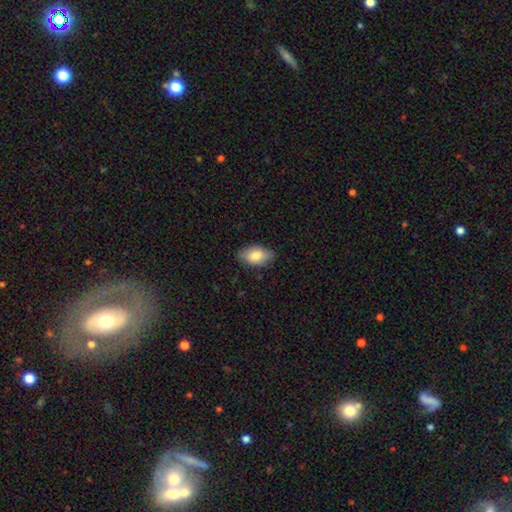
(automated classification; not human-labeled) smooth 80%, featured or disk 14%, star or artifact 7%. Down the decision tree: how rounded — in between (92%); merging — none (82%).